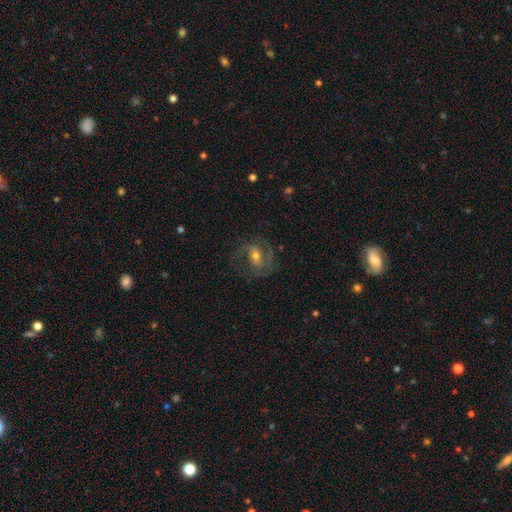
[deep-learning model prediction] A featured or disk galaxy (81%) with a weak bar (46%), 2 (71%) medium (53%) spiral arms (94%) and a moderate central bulge (56%).

Vote fractions:
- Smooth or featured? featured or disk: 81% / smooth: 10% / star or artifact: 9%
- Edge-on disk? no: 97% / yes: 3%
- Bar? weak: 46% / no: 30% / strong: 24%
- Spiral arms? yes: 94% / no: 6%
- Spiral winding? medium: 53% / tight: 30% / loose: 17%
- Spiral arm count? 2: 71% / 3: 11% / can't tell: 10% / 1: 4% / 4: 2% / more than 4: 2%
- Bulge size? moderate: 56% / small: 37% / large: 4% / none: 2% / dominant: 1%
- Merging? none: 72% / minor disturbance: 15% / major disturbance: 11% / merger: 1%